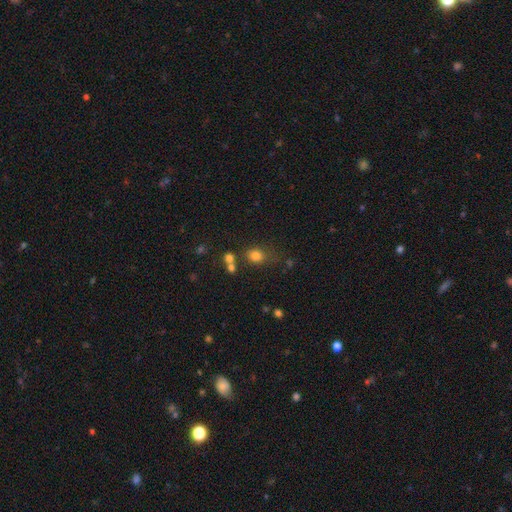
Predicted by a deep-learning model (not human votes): This is likely a smooth galaxy (79%). How rounded: possibly round (60%). Merging: likely none (60%).